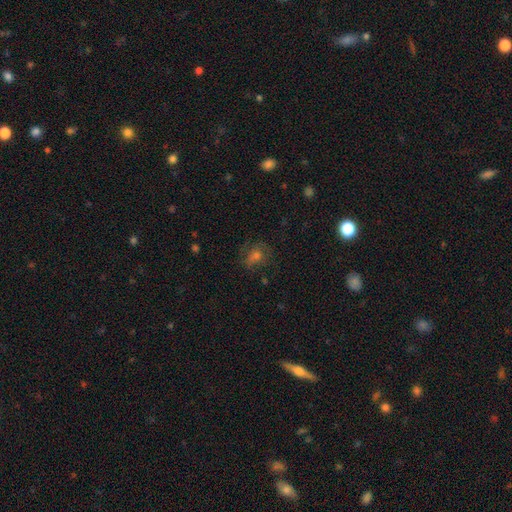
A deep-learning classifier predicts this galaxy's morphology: A smooth galaxy with no disk features (50%).

Vote fractions:
- Smooth or featured? smooth: 50% / star or artifact: 27% / featured or disk: 23%
- Merging? none: 68% / minor disturbance: 19% / major disturbance: 11% / merger: 2%